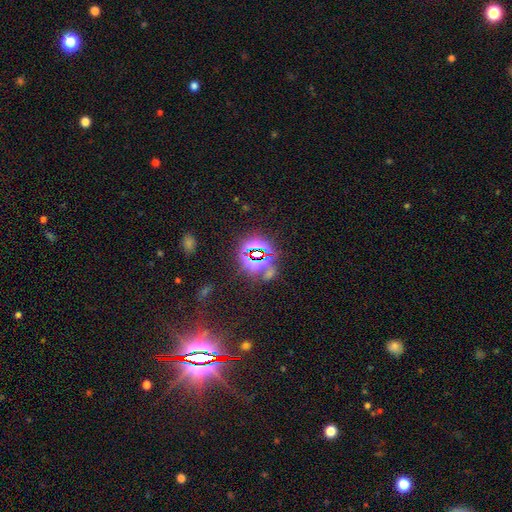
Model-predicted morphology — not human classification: smooth-or-featured: star or artifact: 77% | smooth: 14% | featured or disk: 8%